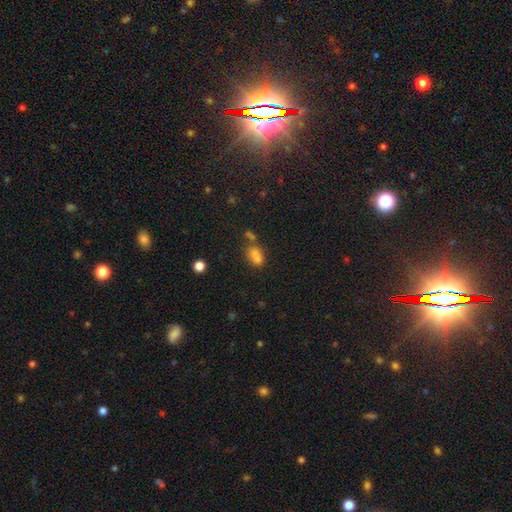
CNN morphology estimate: This is likely a smooth galaxy (73%). How rounded: likely in between (80%). Merging: marginally none (39%).